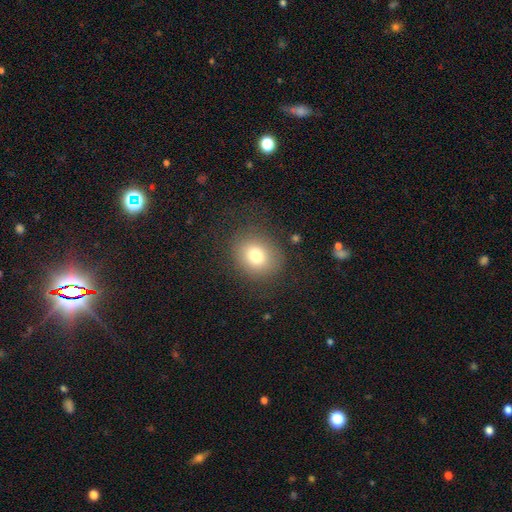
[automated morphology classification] Smooth or featured?
  - smooth: 76% *
  - featured or disk: 12%
  - star or artifact: 12%
How rounded?
  - round: 70% *
  - in between: 29%
  - cigar-shaped: 1%
Merging?
  - none: 79% *
  - minor disturbance: 12%
  - major disturbance: 8%
  - merger: 1%